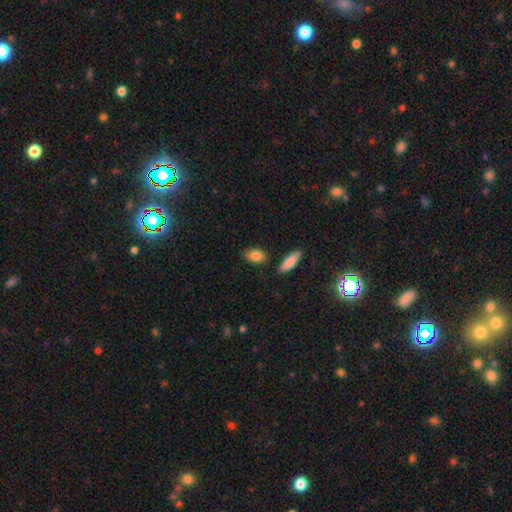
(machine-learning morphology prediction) This appears to be a smooth galaxy with no disk features (86%) that is in between round and cigar-shaped (88%). Merging: none (82%).